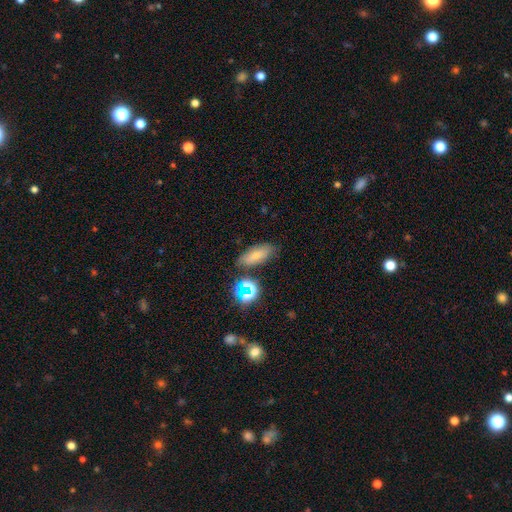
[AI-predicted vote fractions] Smooth or featured: smooth — 65% (featured or disk — 19%)
How rounded: in between — 77% (cigar-shaped — 16%)
Merging: none — 73% (minor disturbance — 15%)